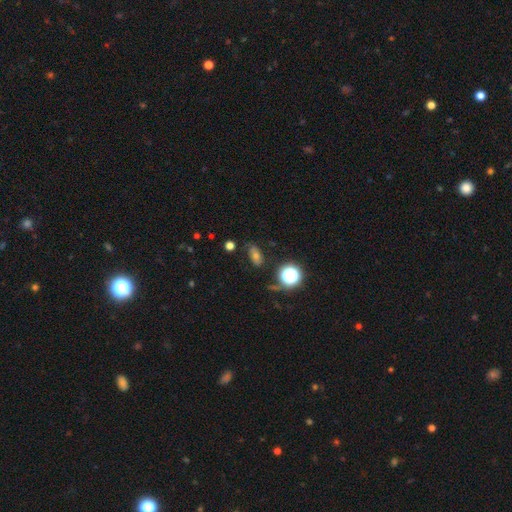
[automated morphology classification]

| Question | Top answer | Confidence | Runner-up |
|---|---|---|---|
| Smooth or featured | smooth | 55% | star or artifact (23%) |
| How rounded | in between | 79% | round (15%) |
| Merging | none | 69% | minor disturbance (20%) |